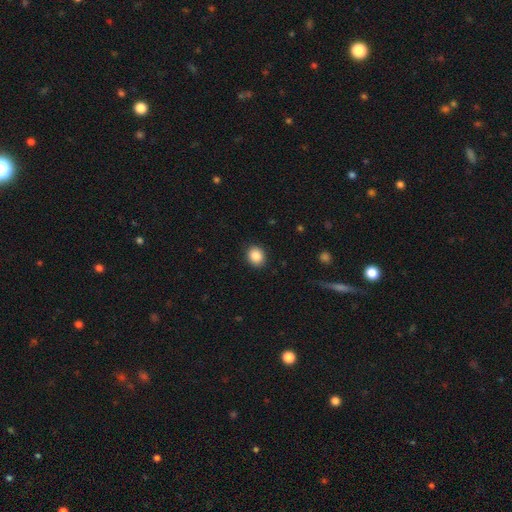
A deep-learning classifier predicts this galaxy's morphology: The model was most divided on "how rounded": round: 65%, in between: 34%, cigar-shaped: 1%. More confident: merging — none (90%); smooth or featured — smooth (87%).